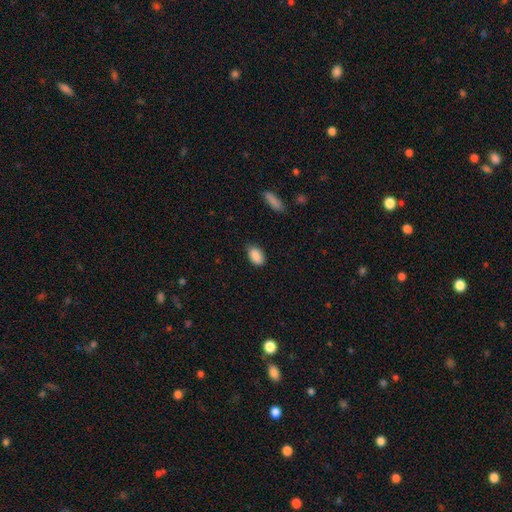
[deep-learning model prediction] Smooth or featured? Predicted: smooth (p=0.89). How rounded? Predicted: in between (p=0.90). Merging? Predicted: none (p=0.78).